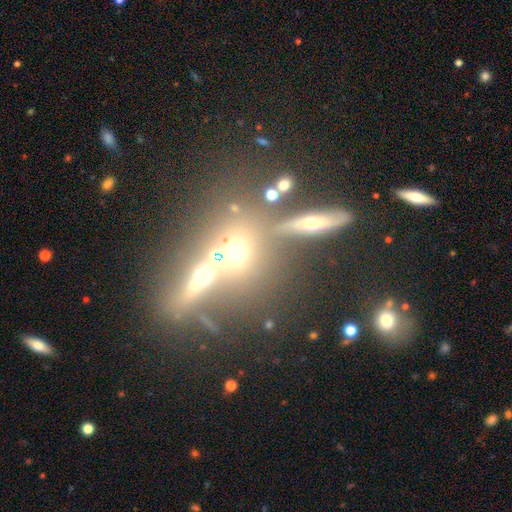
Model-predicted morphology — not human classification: Overall: featured or disk (42%; smooth 34%). Merging: merger (46%; none 40%).